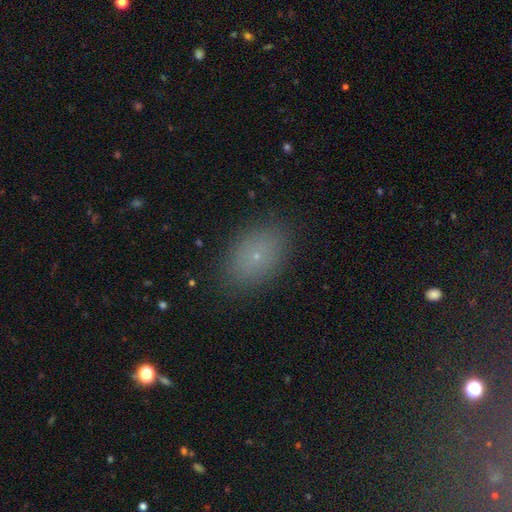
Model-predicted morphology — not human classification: A smooth galaxy with no disk features (74%) that is in between round and cigar-shaped (79%). Merging: none (86%).